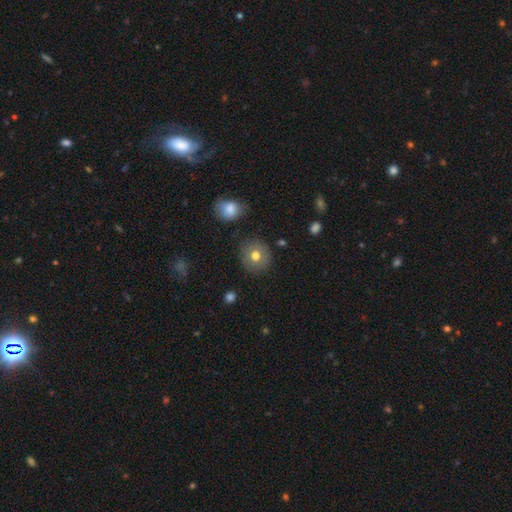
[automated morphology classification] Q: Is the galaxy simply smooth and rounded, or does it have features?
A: smooth — 73%.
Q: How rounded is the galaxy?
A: round — 91%.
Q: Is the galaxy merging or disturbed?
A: none — 86%.